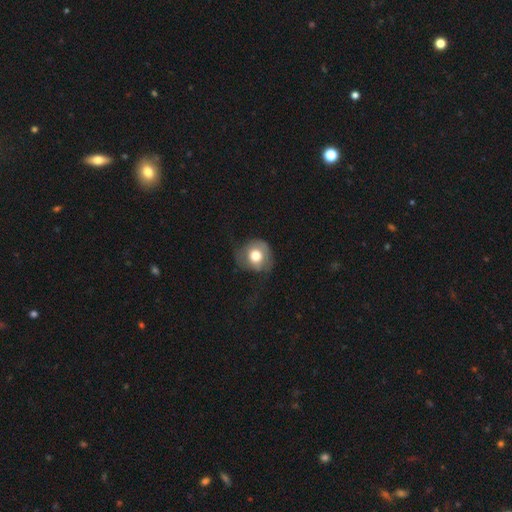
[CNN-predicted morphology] The model was most divided on "merging": none: 51%, minor disturbance: 27%, major disturbance: 20%, merger: 2%. More confident: how rounded — round (80%); smooth or featured — smooth (68%).